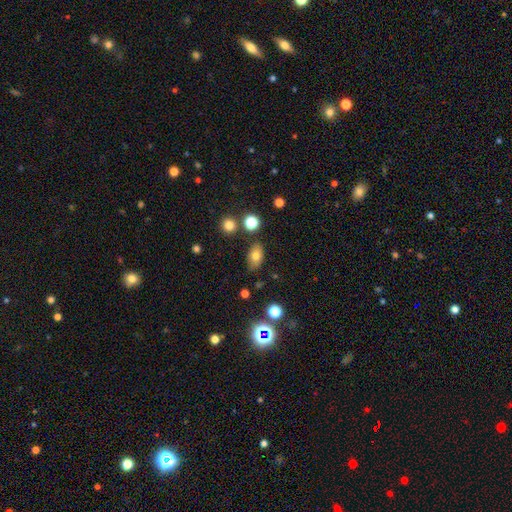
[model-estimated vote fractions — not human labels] smooth-or-featured: smooth: 74% | featured or disk: 13% | star or artifact: 12%
  how-rounded: in between: 86% | round: 11% | cigar-shaped: 3%
  merging: none: 79% | minor disturbance: 14% | major disturbance: 4% | merger: 4%